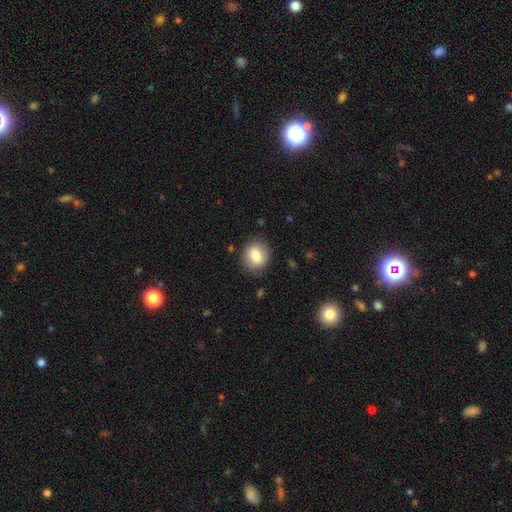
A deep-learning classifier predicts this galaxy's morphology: smooth-or-featured: smooth: 78% | featured or disk: 14% | star or artifact: 8%
  how-rounded: round: 76% | in between: 23% | cigar-shaped: 1%
  merging: none: 86% | minor disturbance: 10% | major disturbance: 3% | merger: 1%